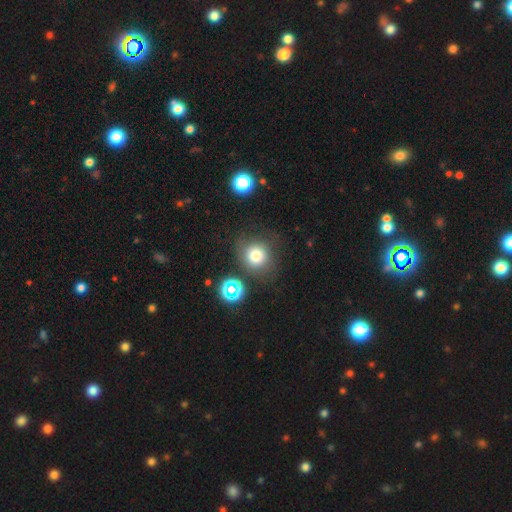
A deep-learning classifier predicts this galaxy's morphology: smooth-or-featured: smooth: 75% | star or artifact: 15% | featured or disk: 10%
  how-rounded: round: 86% | in between: 13% | cigar-shaped: 1%
  merging: none: 72% | minor disturbance: 15% | major disturbance: 7% | merger: 5%